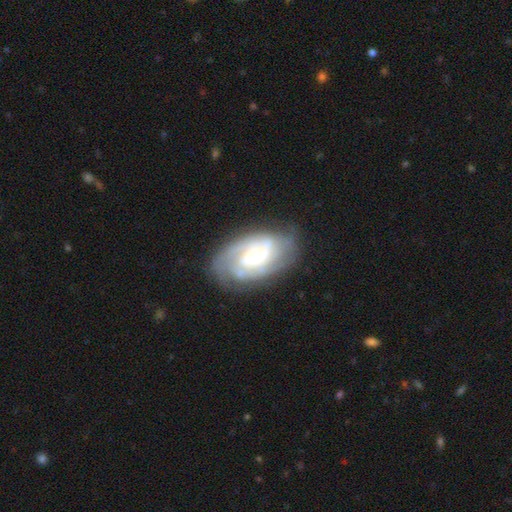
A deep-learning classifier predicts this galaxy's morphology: The model was most divided on "spiral arm count": 2: 33%, can't tell: 32%, 3: 20%, 4: 7%, 1: 4%, more than 4: 4%. Remaining: edge-on disk — no (96%); spiral arms — yes (93%); smooth or featured — featured or disk (81%); merging — none (70%); spiral winding — tight (60%); bar — no (59%); bulge size — small (45%).